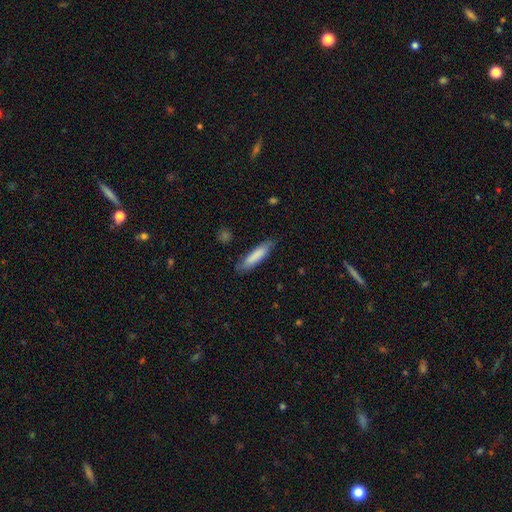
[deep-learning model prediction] The model was most divided on "how rounded": cigar-shaped: 78%, in between: 20%, round: 1%. More confident: merging — none (83%); smooth or featured — smooth (82%).